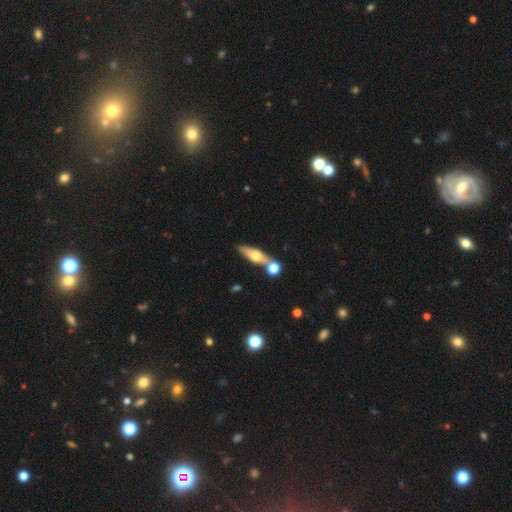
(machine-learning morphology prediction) A smooth galaxy with no disk features (50%) that is cigar-shaped (49%).

Vote fractions:
- Smooth or featured? smooth: 50% / featured or disk: 43% / star or artifact: 7%
- How rounded? cigar-shaped: 49% / in between: 46% / round: 5%
- Merging? none: 60% / merger: 25% / minor disturbance: 12% / major disturbance: 4%